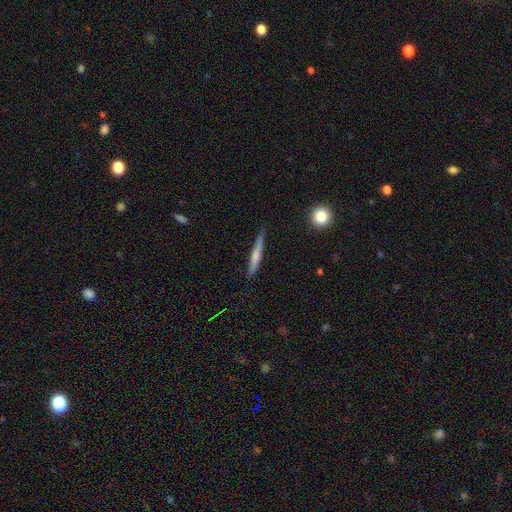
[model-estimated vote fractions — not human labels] smooth 58%, featured or disk 36%, star or artifact 6%. Down the decision tree: how rounded — cigar-shaped (95%); merging — none (85%).